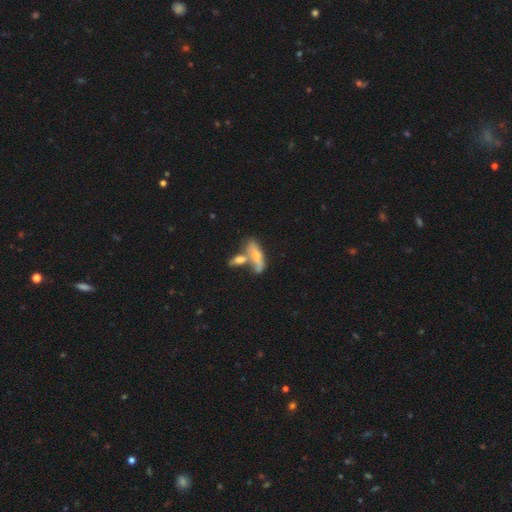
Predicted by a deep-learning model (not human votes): The model was most divided on "smooth or featured": smooth: 50%, featured or disk: 42%, star or artifact: 8%. Remaining: merging — merger (49%).